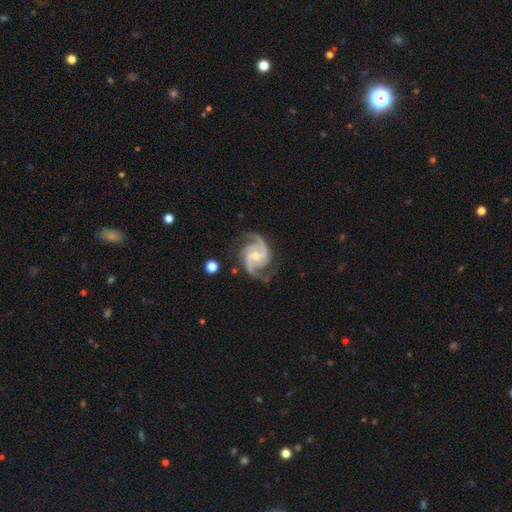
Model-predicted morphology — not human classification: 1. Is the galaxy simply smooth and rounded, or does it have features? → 93% featured or disk, 4% star or artifact, 3% smooth.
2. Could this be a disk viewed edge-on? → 98% no, 2% yes.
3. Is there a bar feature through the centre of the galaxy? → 55% no, 35% weak, 10% strong.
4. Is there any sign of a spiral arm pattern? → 99% yes, 1% no.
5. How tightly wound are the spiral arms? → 61% medium, 23% tight, 16% loose.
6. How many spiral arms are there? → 76% 2, 16% 3, 2% can't tell, 2% 4, 2% 1, 2% more than 4.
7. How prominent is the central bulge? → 52% small, 43% moderate, 2% none, 2% large, 1% dominant.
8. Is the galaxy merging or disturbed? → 76% none, 16% minor disturbance, 6% major disturbance, 2% merger.